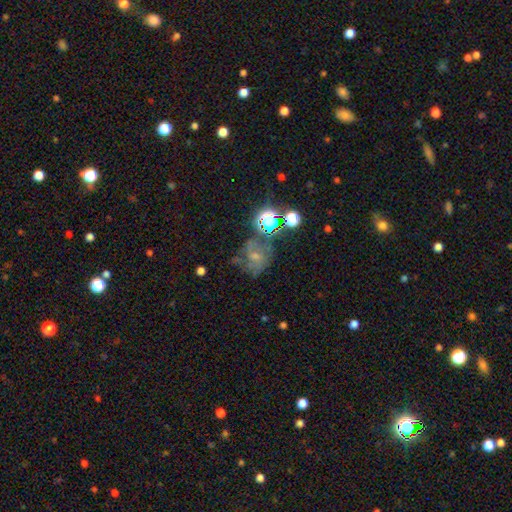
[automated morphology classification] type=featured or disk (38%, tied with smooth); merging=none (43%).